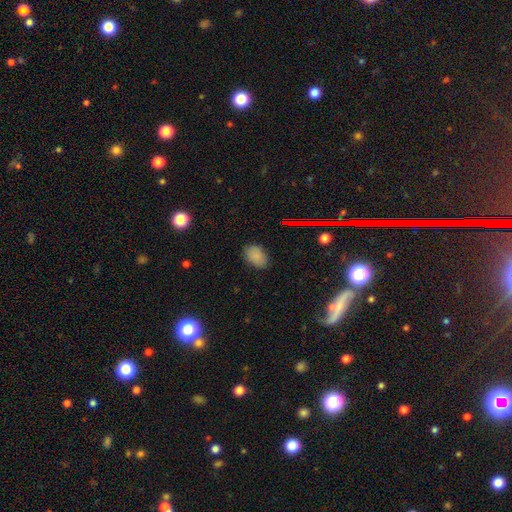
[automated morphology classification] This is clearly a smooth galaxy (84%). How rounded: clearly in between (85%). Merging: clearly none (84%).